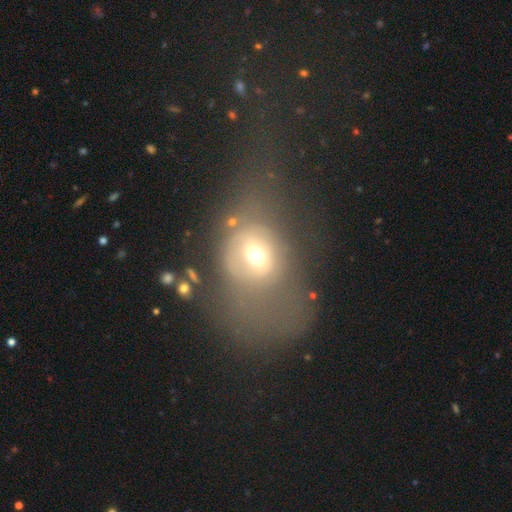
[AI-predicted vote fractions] Overall: smooth (50%; featured or disk 37%). Merging: major disturbance (44%; none 29%).